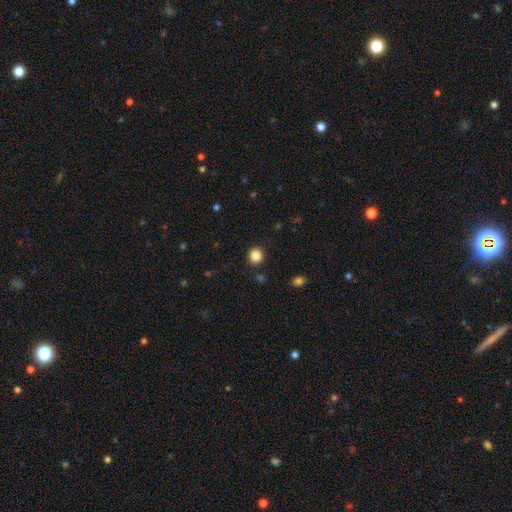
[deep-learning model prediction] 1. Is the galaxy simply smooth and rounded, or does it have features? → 85% smooth, 11% star or artifact, 4% featured or disk.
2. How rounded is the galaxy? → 91% round, 8% in between, 1% cigar-shaped.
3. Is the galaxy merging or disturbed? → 91% none, 6% minor disturbance, 2% major disturbance, 2% merger.